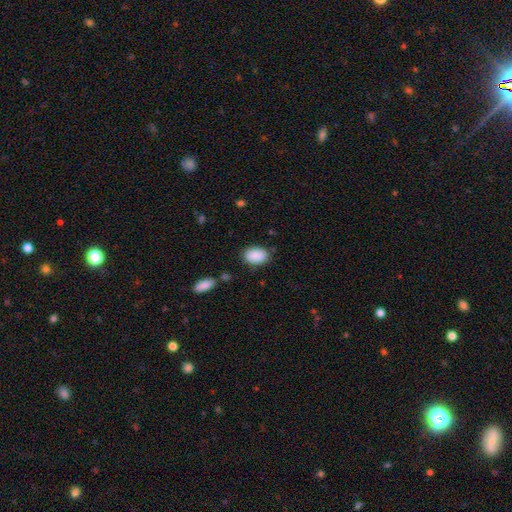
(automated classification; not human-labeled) Smooth or featured: smooth — 90% (star or artifact — 7%)
How rounded: in between — 86% (round — 12%)
Merging: none — 82% (minor disturbance — 13%)